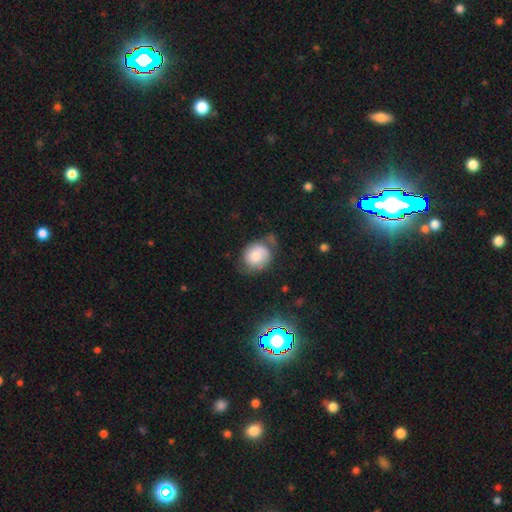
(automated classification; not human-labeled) This appears to be a smooth galaxy with no disk features (58%) that is round (67%). Merging: none (49%).